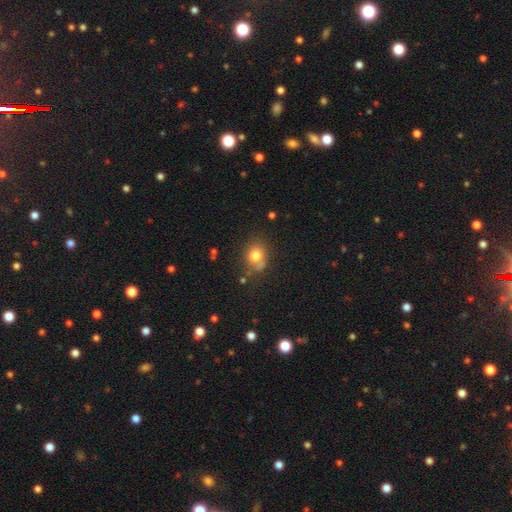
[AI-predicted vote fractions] A smooth galaxy with no disk features (78%) that is round (65%).

Vote fractions:
- Smooth or featured? smooth: 78% / star or artifact: 12% / featured or disk: 10%
- How rounded? round: 65% / in between: 34% / cigar-shaped: 1%
- Merging? none: 62% / minor disturbance: 21% / merger: 9% / major disturbance: 8%